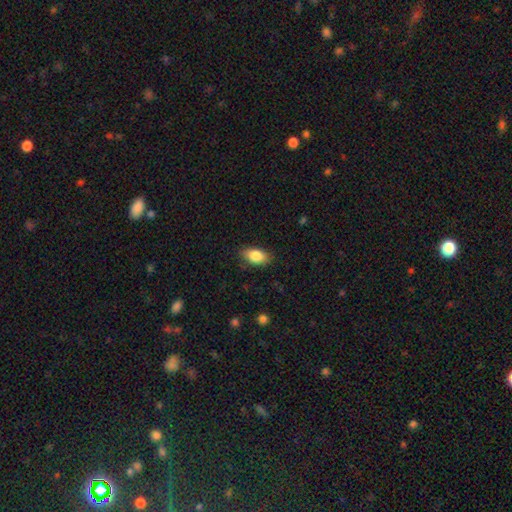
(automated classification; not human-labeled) Smooth or featured? Predicted: smooth (p=0.85). How rounded? Predicted: in between (p=0.90). Merging? Predicted: none (p=0.80).